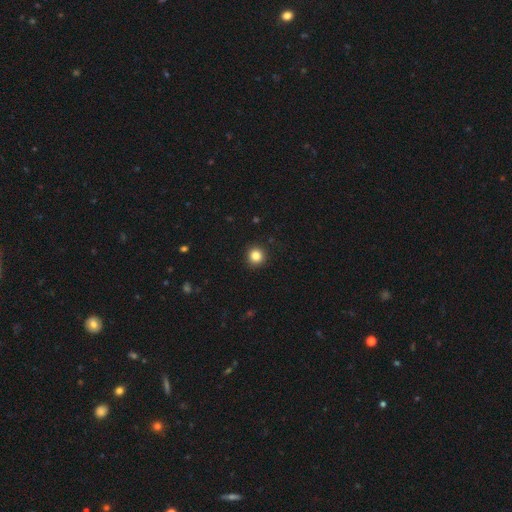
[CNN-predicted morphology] smooth 84%, star or artifact 11%, featured or disk 5%. Down the decision tree: how rounded — round (94%); merging — none (93%).